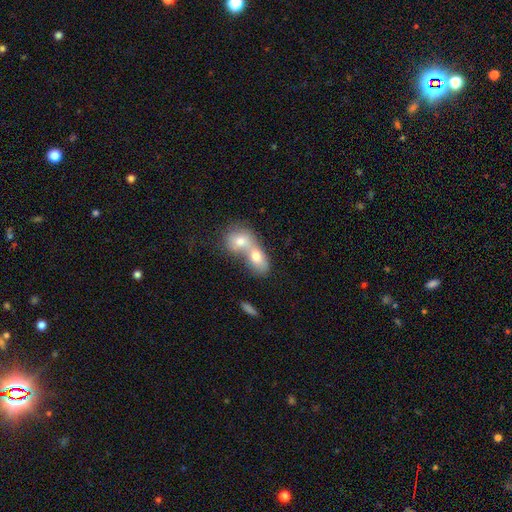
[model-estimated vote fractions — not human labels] Smooth or featured?
  - smooth: 60% *
  - featured or disk: 28%
  - star or artifact: 12%
How rounded?
  - in between: 49% *
  - round: 47%
  - cigar-shaped: 4%
Merging?
  - merger: 75% *
  - none: 17%
  - minor disturbance: 5%
  - major disturbance: 3%